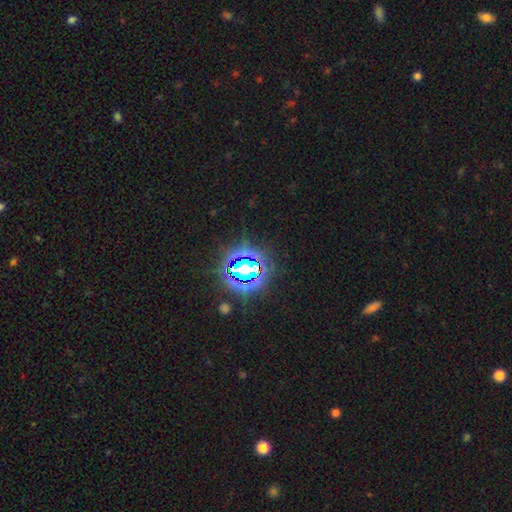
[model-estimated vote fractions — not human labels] Smooth or featured? star or artifact (82%)